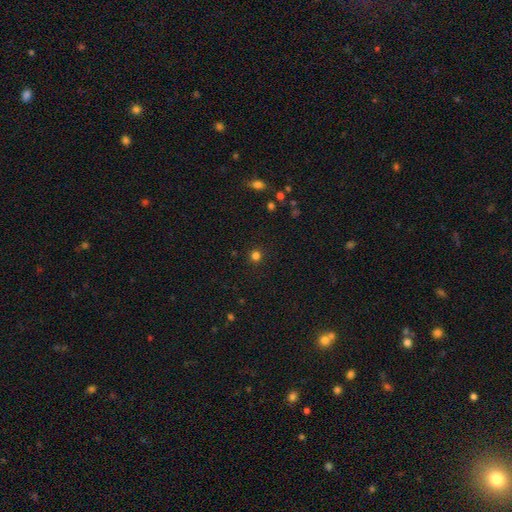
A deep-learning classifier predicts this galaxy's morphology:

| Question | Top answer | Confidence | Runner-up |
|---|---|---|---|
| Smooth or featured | smooth | 79% | star or artifact (18%) |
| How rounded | round | 94% | in between (5%) |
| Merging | none | 92% | minor disturbance (5%) |